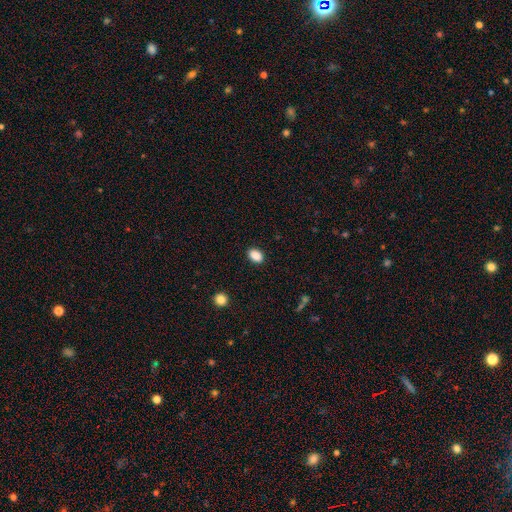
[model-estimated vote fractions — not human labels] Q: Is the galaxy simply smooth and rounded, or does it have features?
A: smooth — 89%.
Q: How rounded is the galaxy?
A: in between — 79%.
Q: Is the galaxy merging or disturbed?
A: none — 89%.